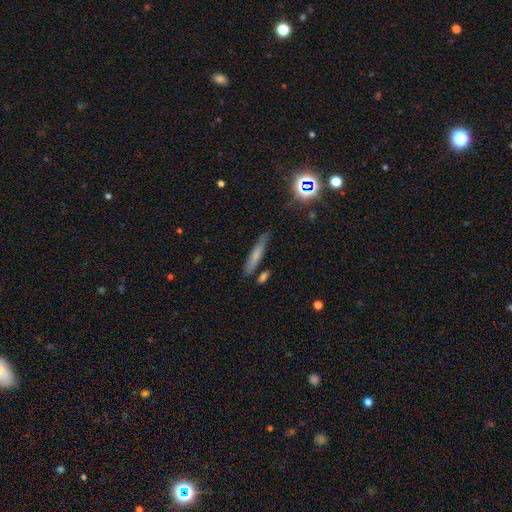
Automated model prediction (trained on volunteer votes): A smooth galaxy with no disk features (60%) that is cigar-shaped (88%).

Vote fractions:
- Smooth or featured? smooth: 60% / featured or disk: 27% / star or artifact: 13%
- How rounded? cigar-shaped: 88% / in between: 10% / round: 3%
- Merging? none: 75% / minor disturbance: 16% / merger: 5% / major disturbance: 4%